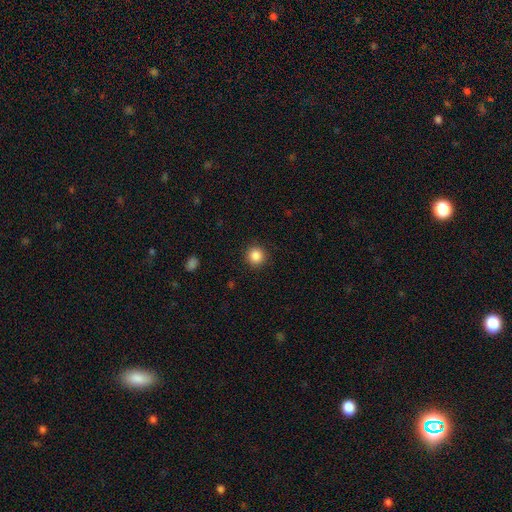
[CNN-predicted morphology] This appears to be a smooth galaxy with no disk features (86%) that is round (94%). Merging: none (91%).